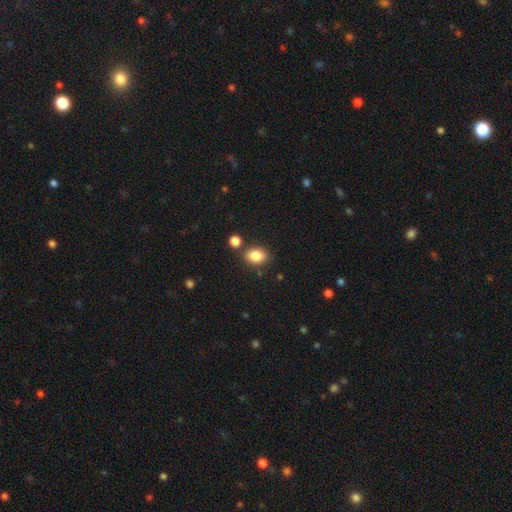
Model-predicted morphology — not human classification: Smooth or featured? Predicted: smooth (p=0.85). How rounded? Predicted: in between (p=0.74). Merging? Predicted: none (p=0.77).